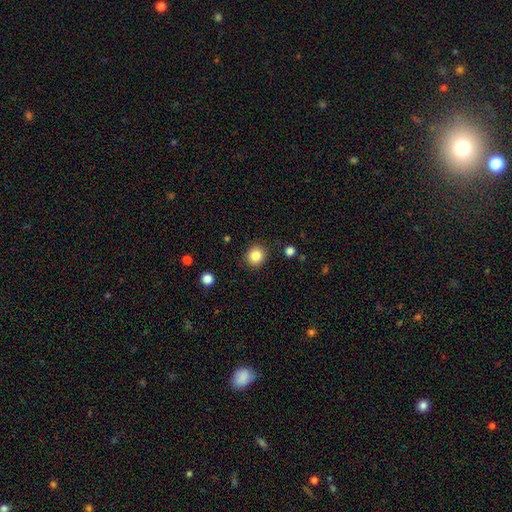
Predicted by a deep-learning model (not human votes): smooth_or_featured: smooth (p=0.85) [alt: star or artifact p=0.10]
how_rounded: round (p=0.88) [alt: in between p=0.11]
merging: none (p=0.90) [alt: minor disturbance p=0.07]